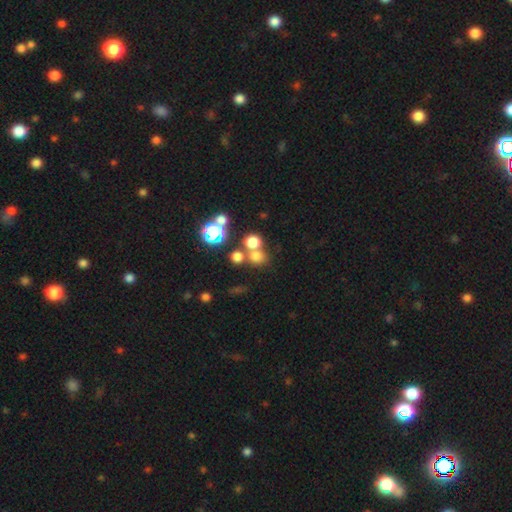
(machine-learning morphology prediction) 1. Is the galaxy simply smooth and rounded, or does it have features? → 67% smooth, 23% star or artifact, 10% featured or disk.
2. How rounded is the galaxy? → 82% round, 17% in between, 1% cigar-shaped.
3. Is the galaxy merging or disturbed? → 54% none, 34% merger, 8% minor disturbance, 4% major disturbance.